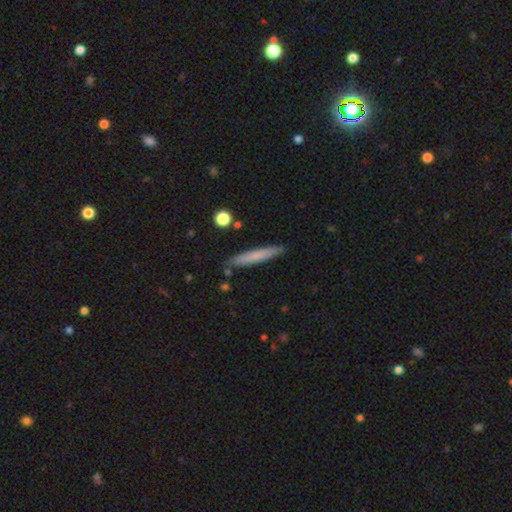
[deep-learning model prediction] Morphology: type=smooth (71%); roundness=cigar-shaped (95%); merging=none (87%).